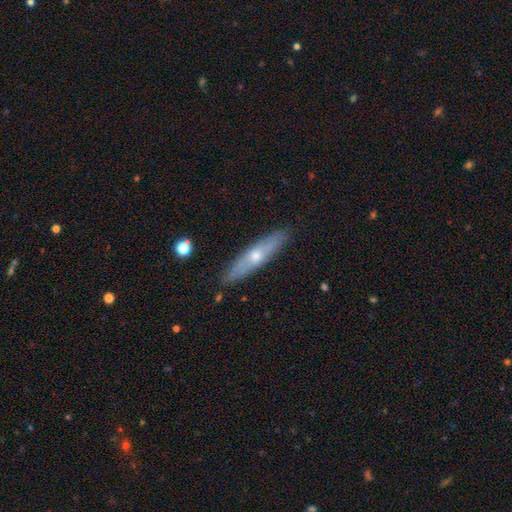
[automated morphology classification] featured or disk 52%, smooth 41%, star or artifact 6%. Down the decision tree: edge-on disk — yes (79%); merging — none (87%).